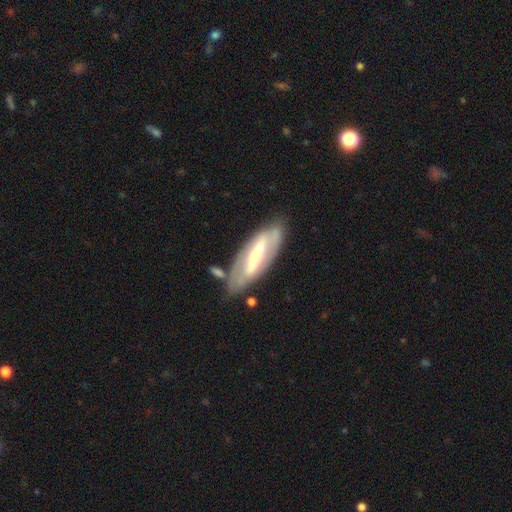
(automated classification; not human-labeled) Smooth or featured: featured or disk — 71% (smooth — 23%)
Edge-on disk: no — 78% (yes — 22%)
Bar: strong — 65% (weak — 23%)
Spiral arms: yes — 66% (no — 34%)
Bulge size: small — 55% (moderate — 35%)
Merging: none — 69% (minor disturbance — 18%)